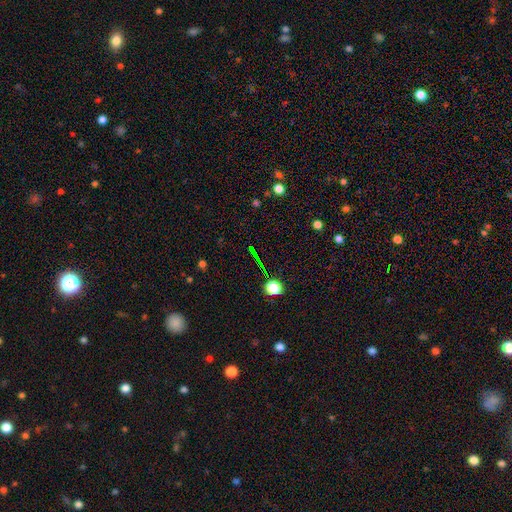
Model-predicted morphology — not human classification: type=star or artifact (63%).